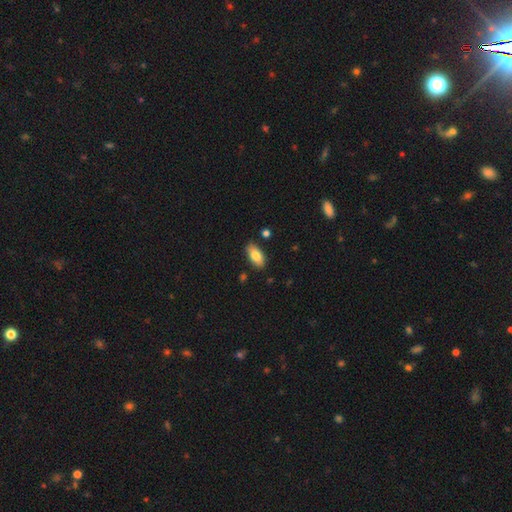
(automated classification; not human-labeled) This is clearly a smooth galaxy (80%). How rounded: clearly in between (90%). Merging: clearly none (85%).